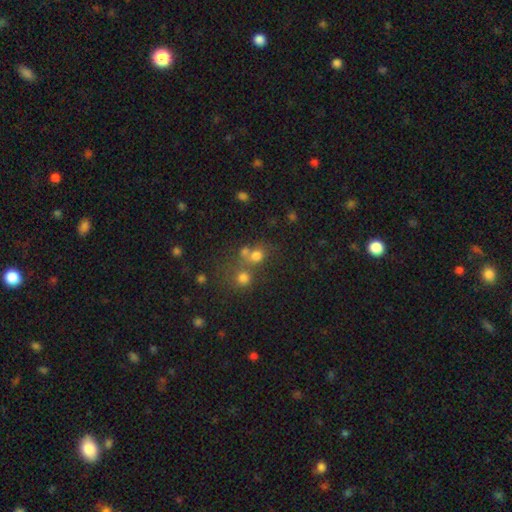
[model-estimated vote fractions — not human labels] smooth 52%, star or artifact 35%, featured or disk 13%. Down the decision tree: how rounded — round (83%); merging — none (47%).